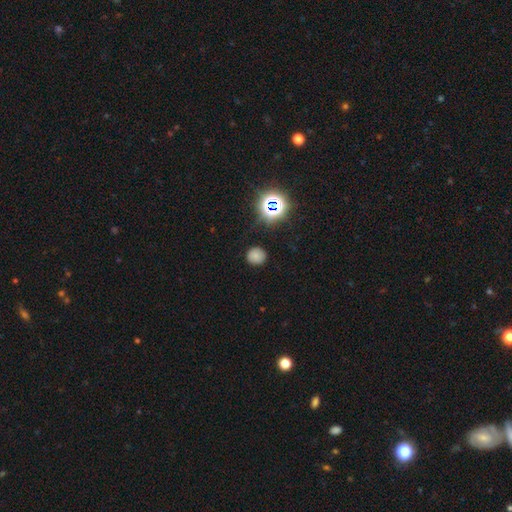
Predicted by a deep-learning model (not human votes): A smooth galaxy with no disk features (72%) that is round (88%).

Vote fractions:
- Smooth or featured? smooth: 72% / star or artifact: 21% / featured or disk: 8%
- How rounded? round: 88% / in between: 11% / cigar-shaped: 1%
- Merging? none: 85% / minor disturbance: 10% / major disturbance: 3% / merger: 1%